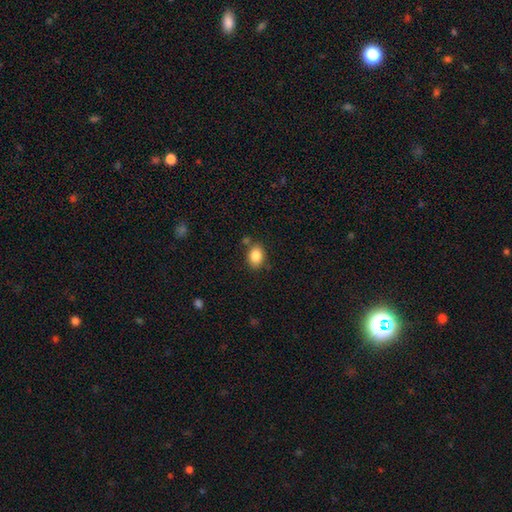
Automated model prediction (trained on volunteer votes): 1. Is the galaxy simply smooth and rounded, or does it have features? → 87% smooth, 8% star or artifact, 5% featured or disk.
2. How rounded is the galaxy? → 72% in between, 27% round, 1% cigar-shaped.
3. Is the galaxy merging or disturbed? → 78% none, 12% minor disturbance, 7% merger, 3% major disturbance.